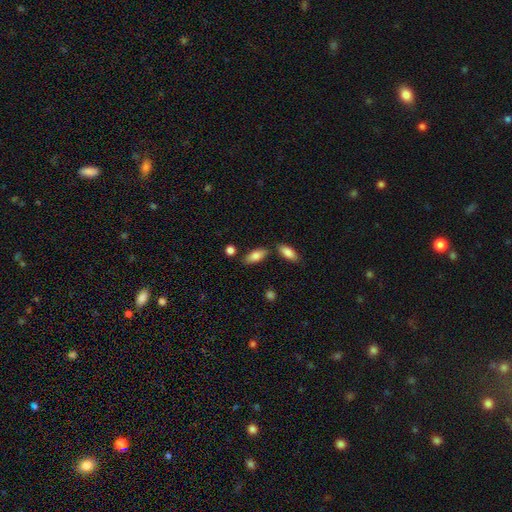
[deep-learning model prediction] Q: Smooth or featured?
A: smooth (83%); runner-up: featured or disk (11%)
Q: How rounded?
A: in between (85%); runner-up: cigar-shaped (12%)
Q: Merging?
A: none (76%); runner-up: minor disturbance (12%)